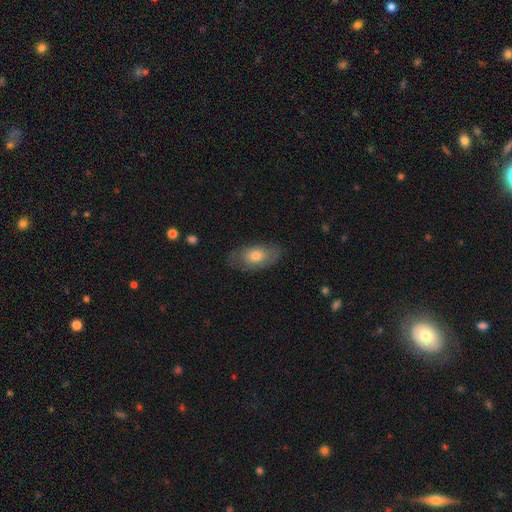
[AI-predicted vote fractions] A smooth galaxy with no disk features (64%) that is in between round and cigar-shaped (91%).

Vote fractions:
- Smooth or featured? smooth: 64% / featured or disk: 30% / star or artifact: 7%
- How rounded? in between: 91% / round: 6% / cigar-shaped: 3%
- Merging? none: 75% / minor disturbance: 18% / major disturbance: 6% / merger: 1%